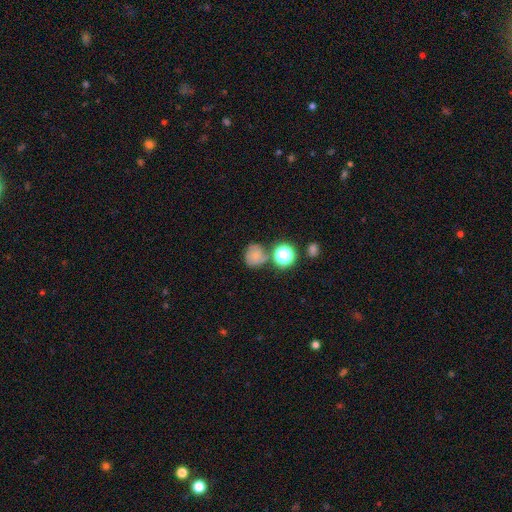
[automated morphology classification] Smooth or featured?
  - smooth: 61% *
  - featured or disk: 21%
  - star or artifact: 18%
How rounded?
  - round: 78% *
  - in between: 21%
  - cigar-shaped: 1%
Merging?
  - none: 59% *
  - minor disturbance: 19%
  - merger: 15%
  - major disturbance: 7%